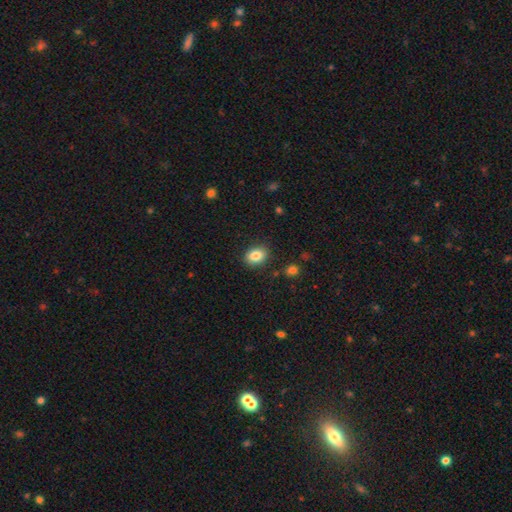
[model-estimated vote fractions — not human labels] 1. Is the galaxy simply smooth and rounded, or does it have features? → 85% smooth, 8% star or artifact, 6% featured or disk.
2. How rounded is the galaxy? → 73% in between, 26% round, 1% cigar-shaped.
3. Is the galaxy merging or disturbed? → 86% none, 10% minor disturbance, 3% major disturbance, 2% merger.